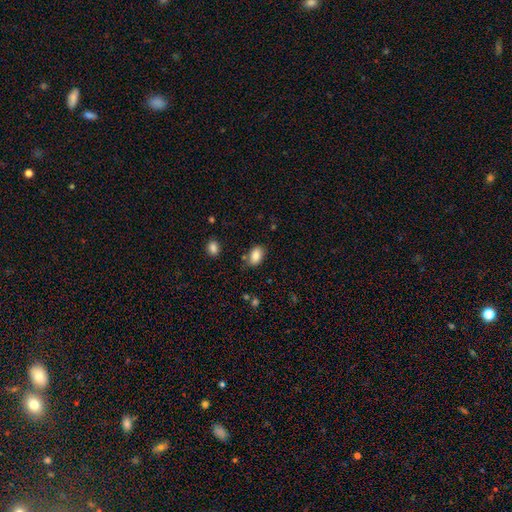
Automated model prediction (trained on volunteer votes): Overall: smooth (85%). How rounded: in between (88%). Merging: none (76%).